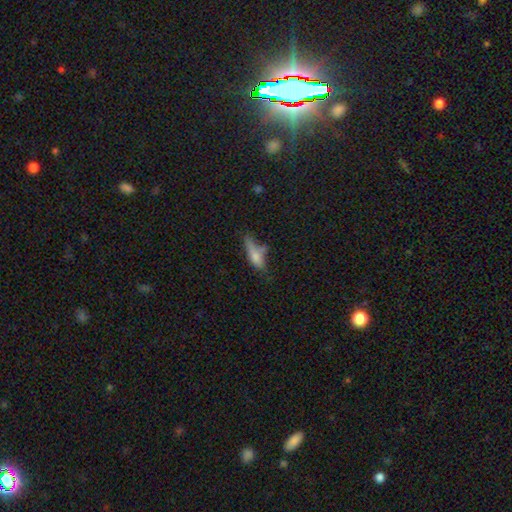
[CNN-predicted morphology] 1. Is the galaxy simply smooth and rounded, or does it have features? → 69% smooth, 21% featured or disk, 9% star or artifact.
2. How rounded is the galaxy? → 48% in between (tied), 48% cigar-shaped (tied), 3% round.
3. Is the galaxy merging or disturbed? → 43% none, 28% minor disturbance, 16% merger, 13% major disturbance.